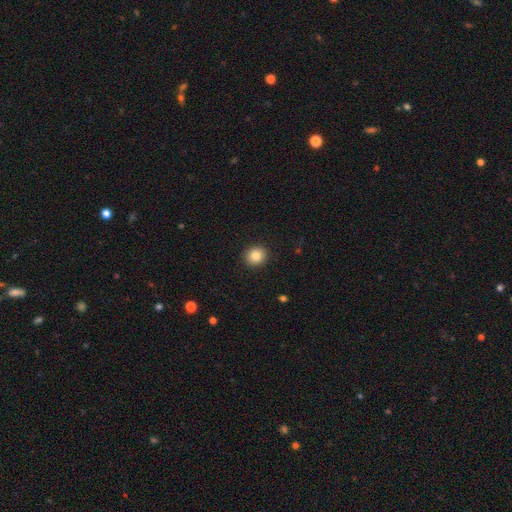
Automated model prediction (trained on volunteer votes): Morphology: type=smooth (85%); roundness=round (82%); merging=none (91%).